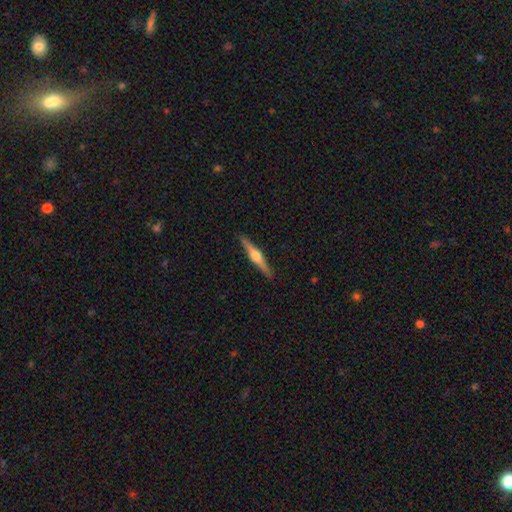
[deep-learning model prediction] Smooth or featured? featured or disk (74%)
Edge-on disk? yes (98%)
Edge-on bulge? rounded (94%)
Merging? none (91%)